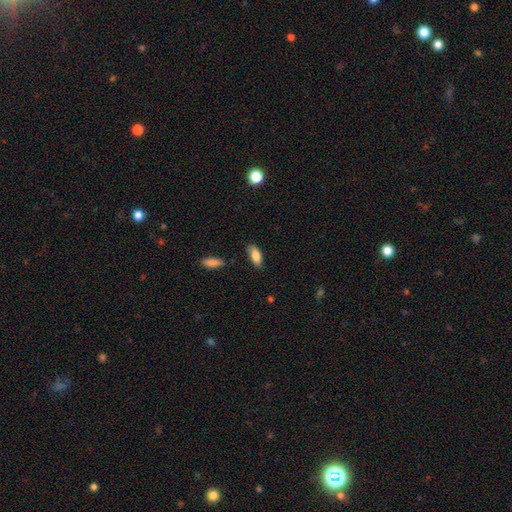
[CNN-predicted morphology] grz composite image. It shows a smooth galaxy with no disk features (83%) that is in between round and cigar-shaped (81%). Merging: none (77%).